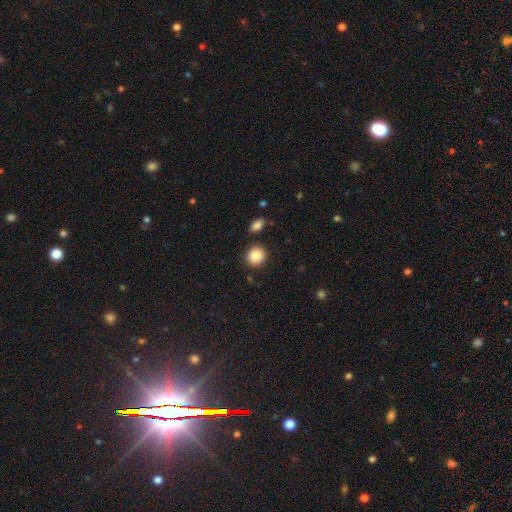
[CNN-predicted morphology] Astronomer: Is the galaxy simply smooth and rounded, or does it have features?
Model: smooth — 89%.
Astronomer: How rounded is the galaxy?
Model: round — 82%.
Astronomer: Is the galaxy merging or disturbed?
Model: none — 86%.